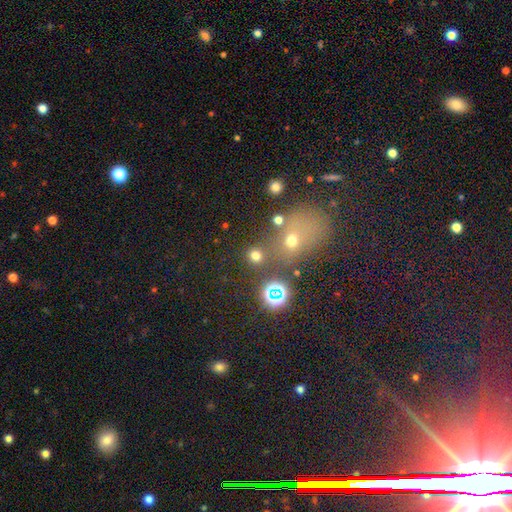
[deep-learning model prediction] Smooth or featured? smooth (67%)
How rounded? round (86%)
Merging? none (72%)